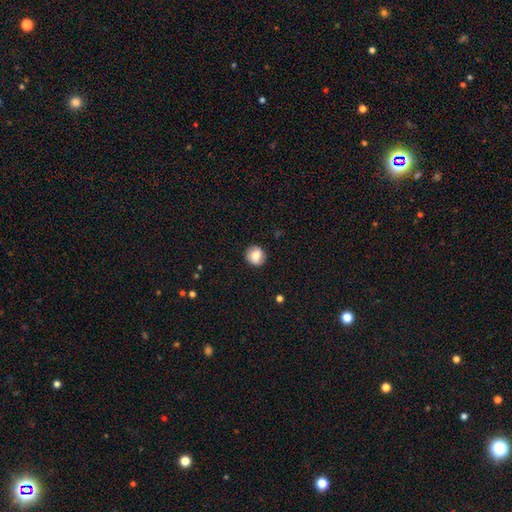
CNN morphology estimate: Q: Smooth or featured?
A: smooth (79%); runner-up: featured or disk (13%)
Q: How rounded?
A: round (85%); runner-up: in between (14%)
Q: Merging?
A: none (86%); runner-up: minor disturbance (10%)